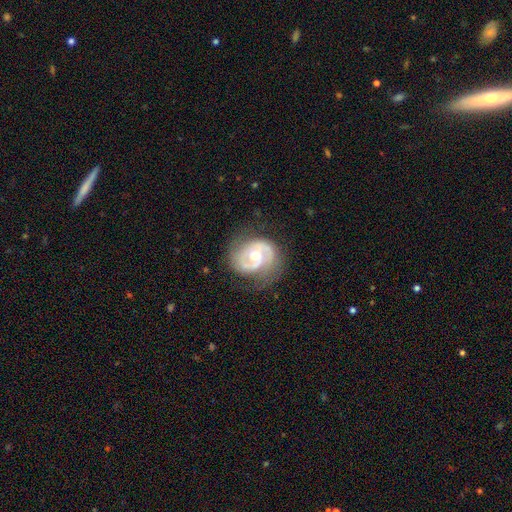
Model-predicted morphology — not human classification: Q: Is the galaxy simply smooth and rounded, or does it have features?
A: featured or disk — 84%.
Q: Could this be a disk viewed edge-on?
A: no — 98%.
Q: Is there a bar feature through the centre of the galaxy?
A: no — 58%.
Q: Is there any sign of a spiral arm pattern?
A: yes — 93%.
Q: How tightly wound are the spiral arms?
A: tight — 43%.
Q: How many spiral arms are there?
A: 2 — 74%.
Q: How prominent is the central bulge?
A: moderate — 72%.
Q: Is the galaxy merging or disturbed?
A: none — 66%.